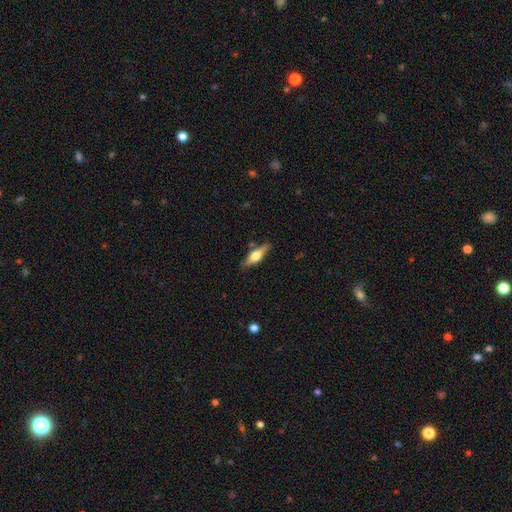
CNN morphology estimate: featured or disk 47%, smooth 46%, star or artifact 6%. Down the decision tree: merging — none (81%).